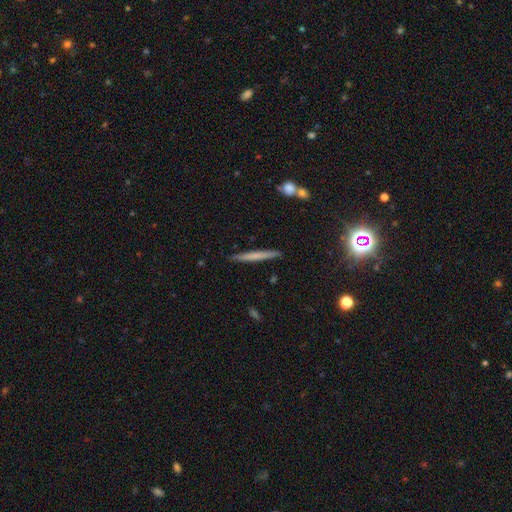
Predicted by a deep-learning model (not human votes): Q: Smooth or featured?
A: smooth (58%); runner-up: featured or disk (35%)
Q: How rounded?
A: cigar-shaped (96%); runner-up: in between (2%)
Q: Merging?
A: none (90%); runner-up: minor disturbance (7%)